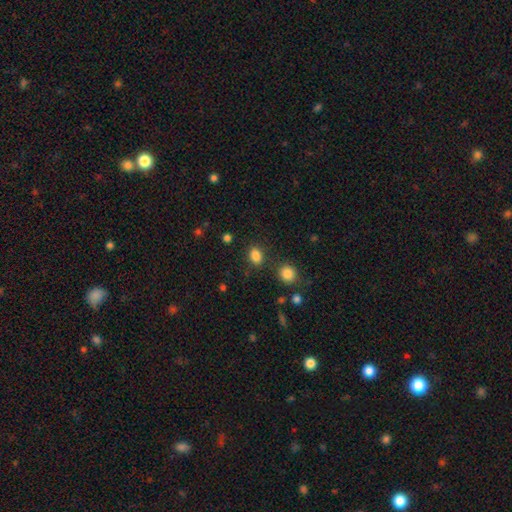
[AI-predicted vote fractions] smooth-or-featured: smooth: 84% | star or artifact: 11% | featured or disk: 4%
  how-rounded: in between: 66% | round: 32% | cigar-shaped: 1%
  merging: none: 82% | minor disturbance: 10% | merger: 5% | major disturbance: 3%